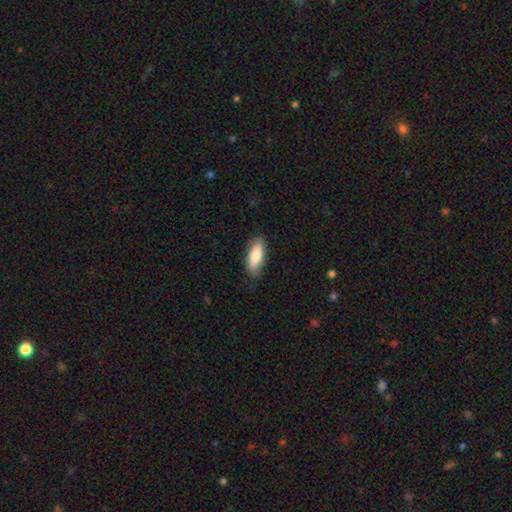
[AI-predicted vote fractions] This is likely a smooth galaxy (79%). How rounded: likely in between (71%). Merging: likely none (80%).